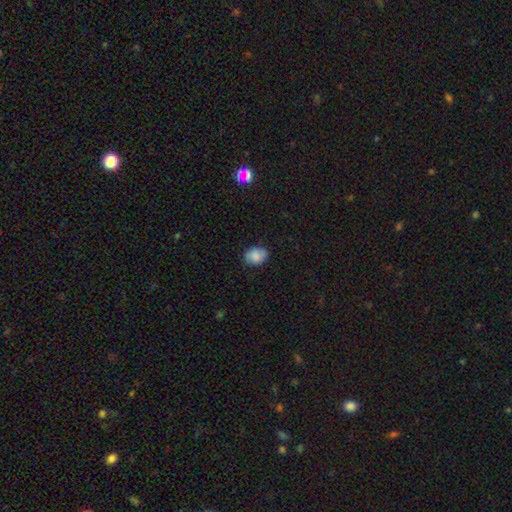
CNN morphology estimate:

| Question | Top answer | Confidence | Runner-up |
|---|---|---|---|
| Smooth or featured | smooth | 87% | star or artifact (8%) |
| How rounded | in between | 65% | round (34%) |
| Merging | none | 80% | minor disturbance (16%) |